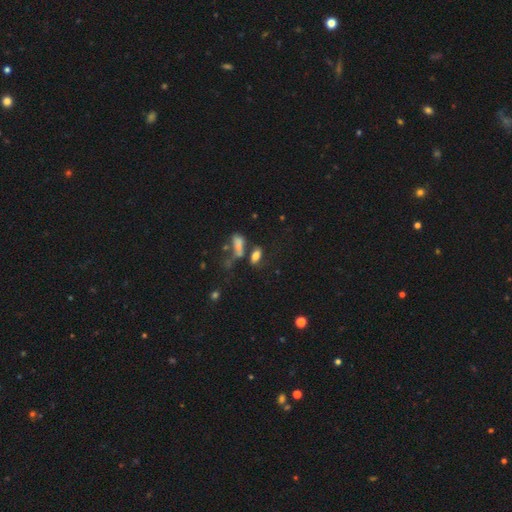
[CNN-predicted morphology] Smooth or featured? smooth (73%)
How rounded? in between (77%)
Merging? none (44%)